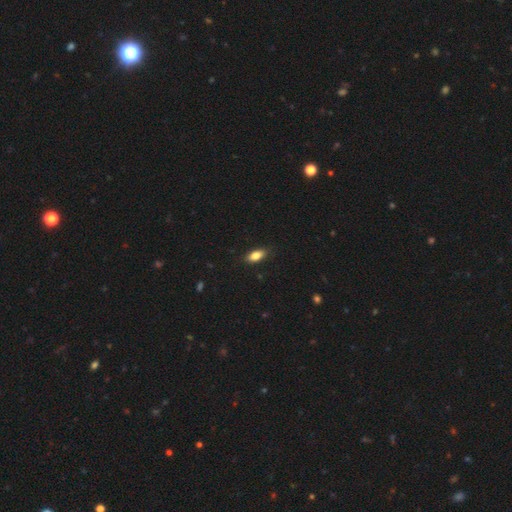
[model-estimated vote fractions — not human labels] A smooth galaxy with no disk features (81%) that is in between round and cigar-shaped (85%). Merging: none (85%).